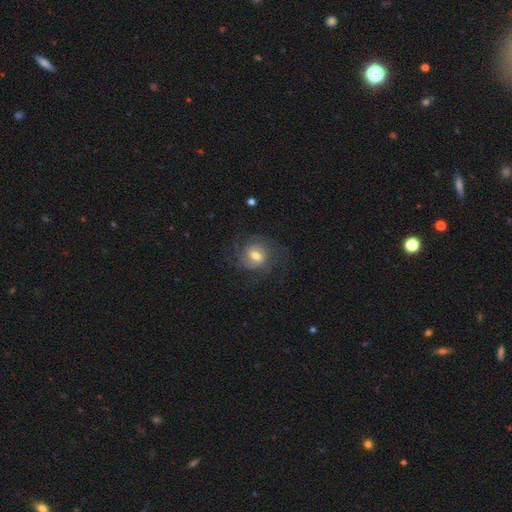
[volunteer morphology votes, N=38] Smooth or featured?
  - featured or disk: 68% *
  - smooth: 29%
  - star or artifact: 3%
Edge-on disk?
  - no: 100% *
  - yes: 0%
Bar?
  - weak: 50% *
  - no: 31%
  - strong: 19%
Spiral arms?
  - yes: 100% *
  - no: 0%
Spiral winding?
  - medium: 46% *
  - tight: 31%
  - loose: 23%
Spiral arm count?
  - can't tell: 46% *
  - 4: 23%
  - 3: 12%
  - more than 4: 12%
  - 1: 4%
  - 2: 4%
Bulge size?
  - moderate: 77% *
  - large: 12%
  - small: 12%
  - dominant: 0%
  - none: 0%
Merging?
  - none: 54% *
  - minor disturbance: 27%
  - major disturbance: 19%
  - merger: 0%